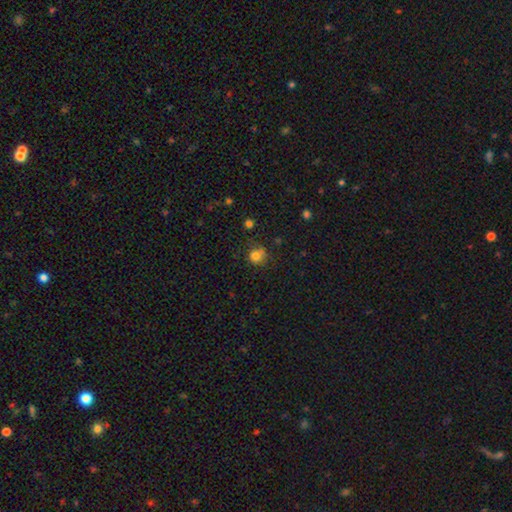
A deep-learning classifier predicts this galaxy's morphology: smooth_or_featured: smooth (p=0.78) [alt: star or artifact p=0.14]
how_rounded: round (p=0.85) [alt: in between p=0.15]
merging: none (p=0.61) [alt: minor disturbance p=0.19]